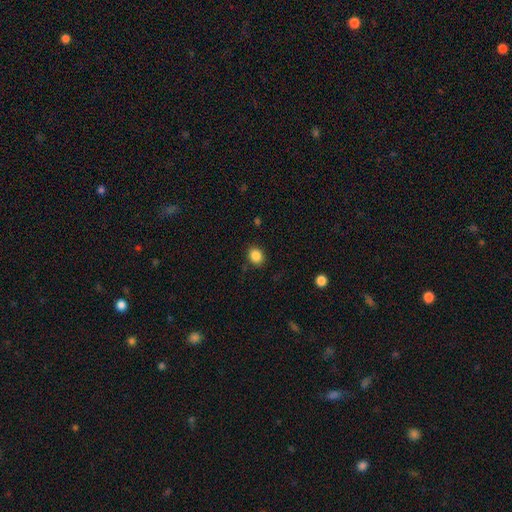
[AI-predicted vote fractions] This is clearly a smooth galaxy (86%). How rounded: likely round (63%). Merging: clearly none (88%).